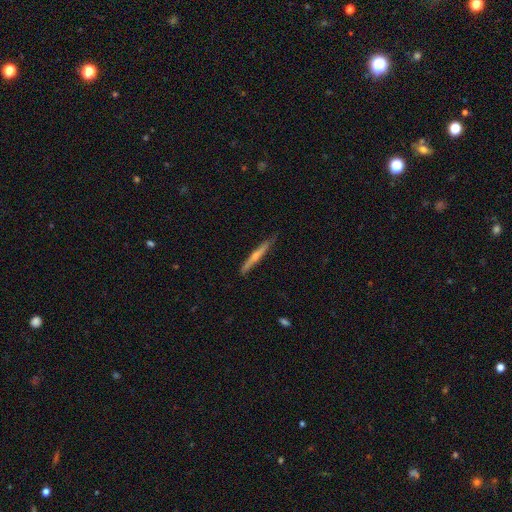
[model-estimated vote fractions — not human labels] Overall: featured or disk (62%; smooth 32%). Edge-on disk: yes (96%). Edge-on bulge: rounded (69%). Merging: none (85%).